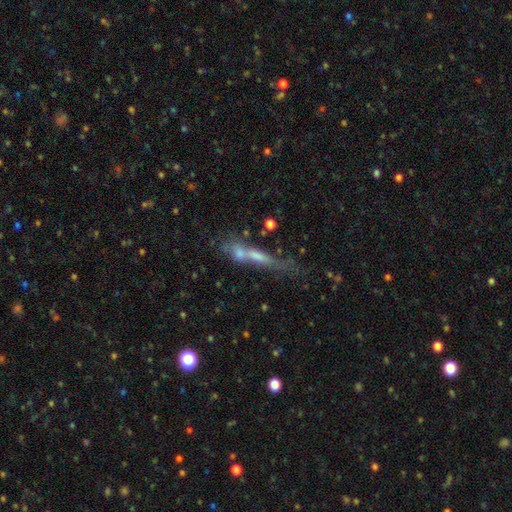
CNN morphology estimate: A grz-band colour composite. It shows a featured or disk galaxy (38%). Merging: none (48%).